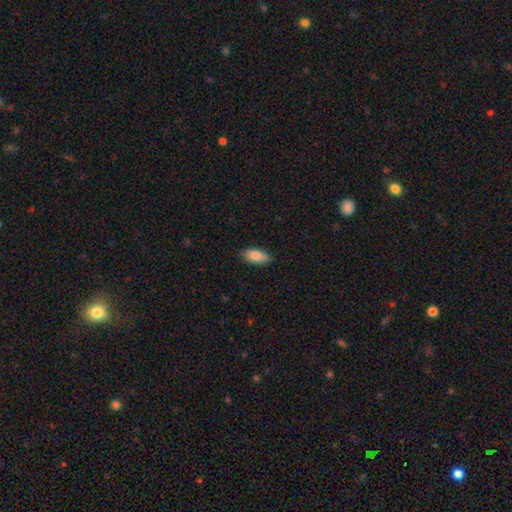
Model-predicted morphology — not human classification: smooth 87%, featured or disk 7%, star or artifact 6%. Down the decision tree: how rounded — in between (92%); merging — none (85%).